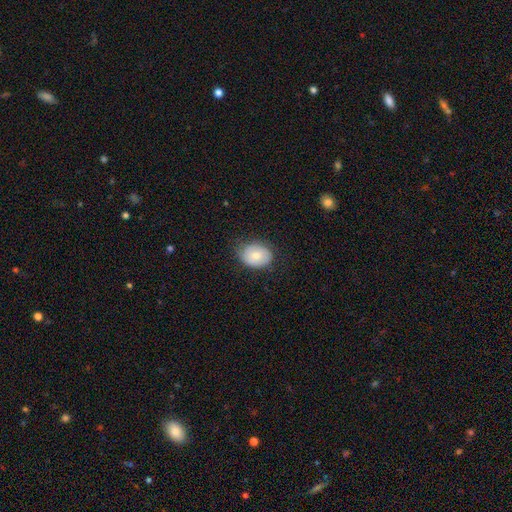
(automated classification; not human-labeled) This appears to be a smooth galaxy with no disk features (73%) that is in between round and cigar-shaped (59%). Merging: none (73%).